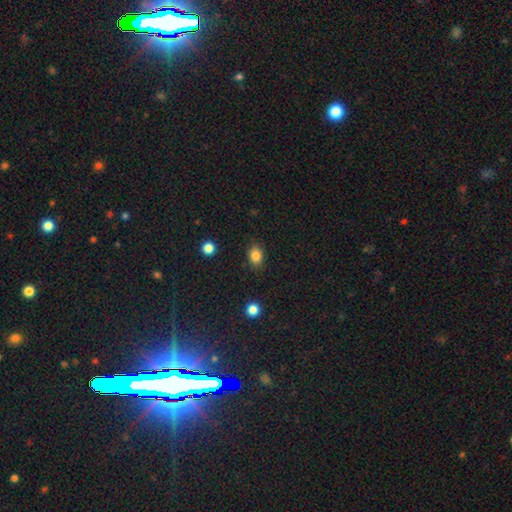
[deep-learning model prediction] Q: Smooth or featured?
A: smooth (85%); runner-up: star or artifact (10%)
Q: How rounded?
A: in between (70%); runner-up: round (29%)
Q: Merging?
A: none (86%); runner-up: minor disturbance (10%)